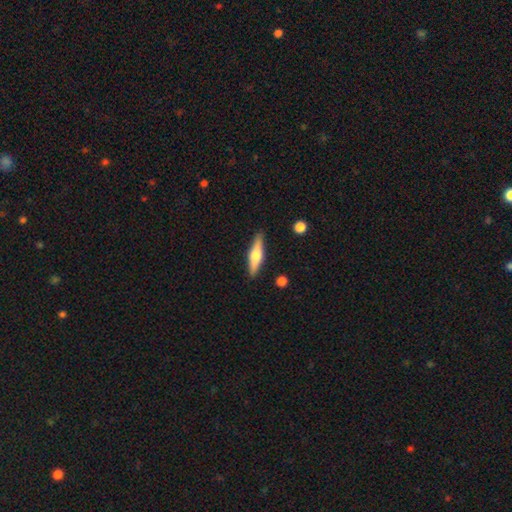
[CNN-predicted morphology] Q: Smooth or featured?
A: featured or disk (54%); runner-up: smooth (41%)
Q: Edge-on disk?
A: yes (95%); runner-up: no (5%)
Q: Edge-on bulge?
A: rounded (90%); runner-up: boxy (7%)
Q: Merging?
A: none (88%); runner-up: minor disturbance (8%)